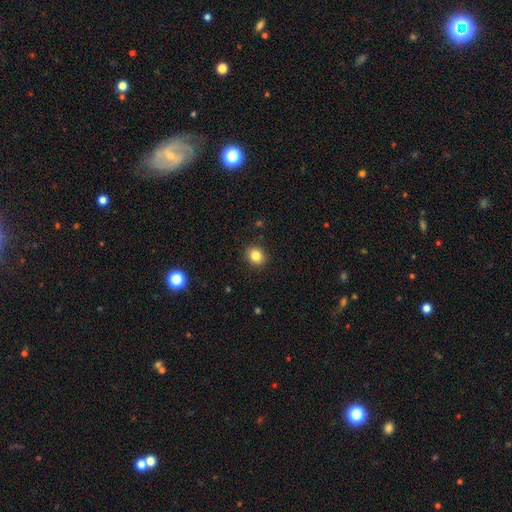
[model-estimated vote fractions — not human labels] Q: Smooth or featured?
A: smooth (84%); runner-up: star or artifact (11%)
Q: How rounded?
A: round (71%); runner-up: in between (28%)
Q: Merging?
A: none (90%); runner-up: minor disturbance (7%)